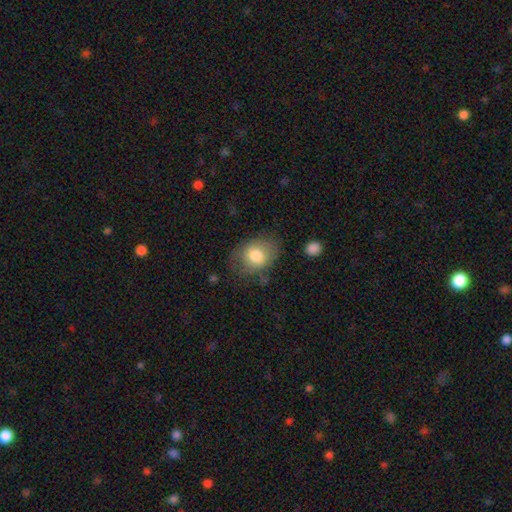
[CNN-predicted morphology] Overall: smooth (77%). How rounded: in between (62%; round 37%). Merging: none (65%).